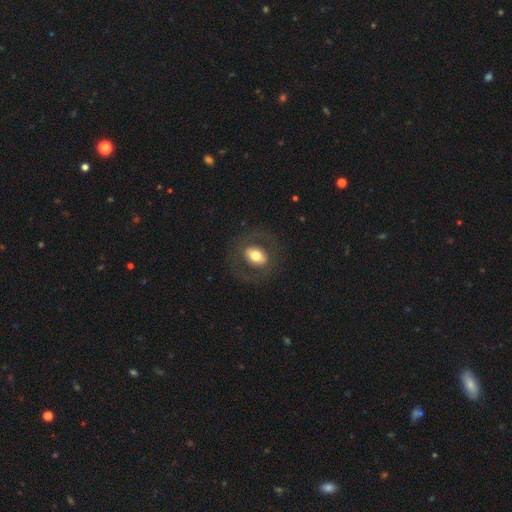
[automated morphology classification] Smooth or featured? smooth (55%)
How rounded? in between (62%)
Merging? none (78%)